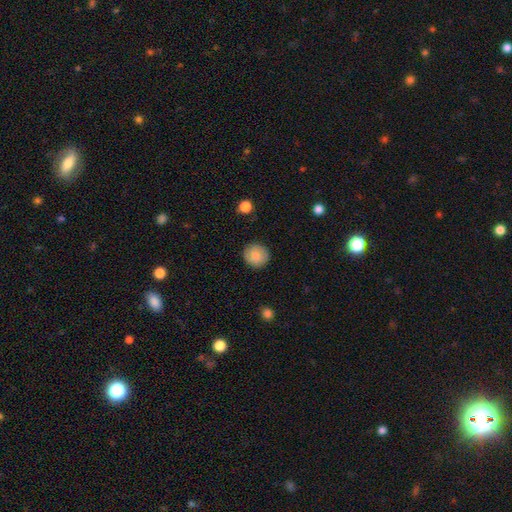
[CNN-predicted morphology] This is clearly a smooth galaxy (81%). How rounded: clearly round (92%). Merging: clearly none (88%).